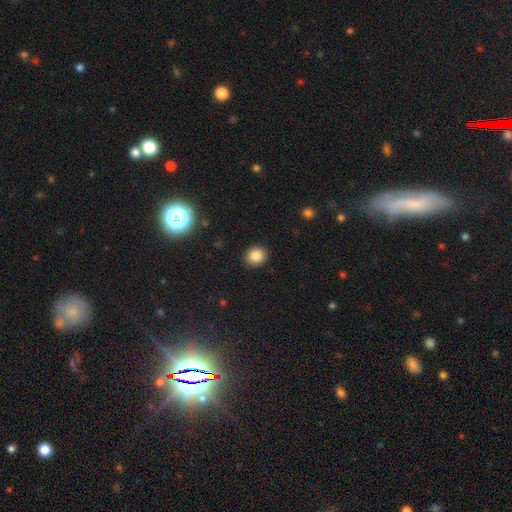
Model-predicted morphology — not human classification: Smooth or featured?
  - smooth: 85% *
  - star or artifact: 11%
  - featured or disk: 5%
How rounded?
  - round: 79% *
  - in between: 20%
  - cigar-shaped: 1%
Merging?
  - none: 91% *
  - minor disturbance: 6%
  - major disturbance: 2%
  - merger: 1%